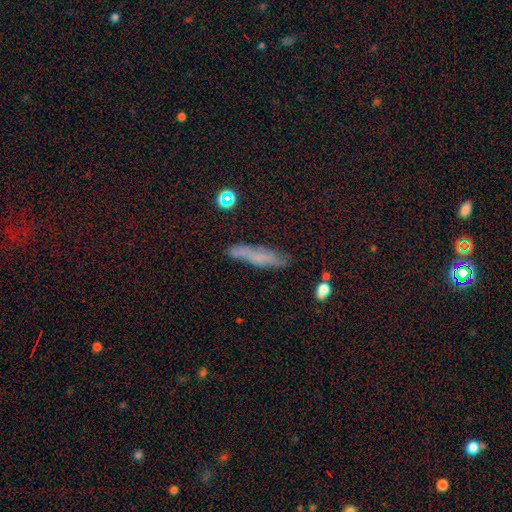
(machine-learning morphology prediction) Overall: smooth (54%; featured or disk 27%). How rounded: cigar-shaped (84%). Merging: none (77%).